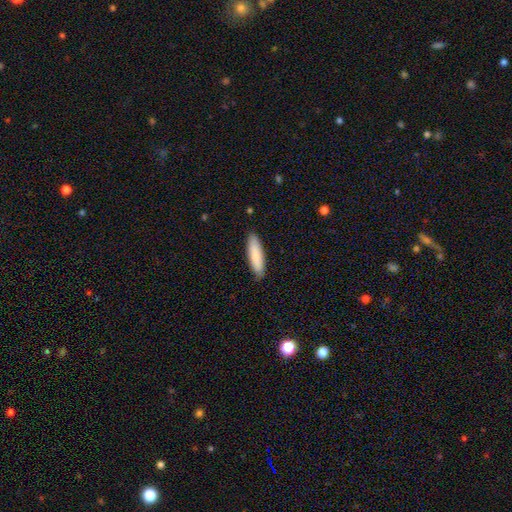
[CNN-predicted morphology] This appears to be a smooth galaxy with no disk features (84%) that is cigar-shaped (61%). Merging: none (88%).